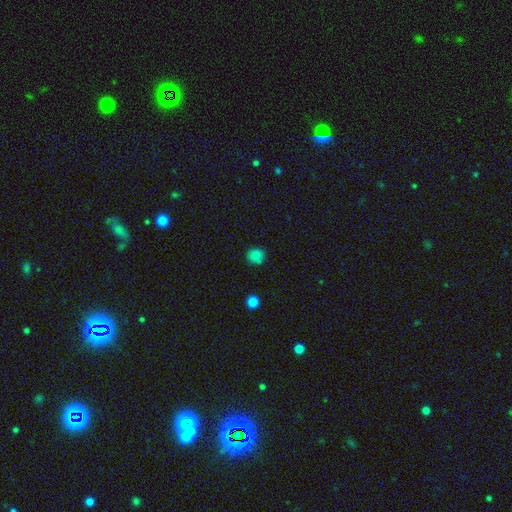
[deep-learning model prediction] A smooth galaxy with no disk features (84%) that is round (86%). Merging: none (85%).